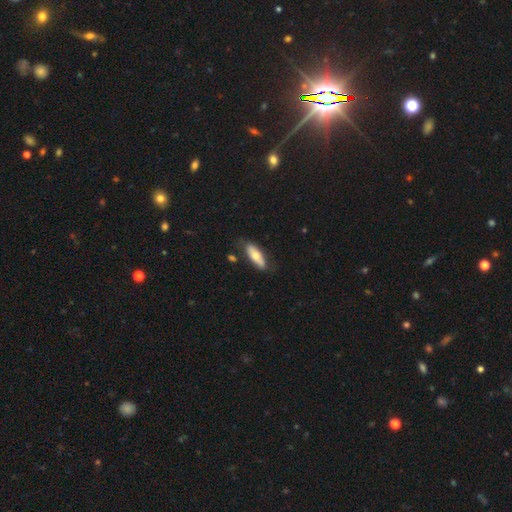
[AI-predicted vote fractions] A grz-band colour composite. It shows a smooth galaxy with no disk features (65%) that is in between round and cigar-shaped (61%). Merging: none (74%).